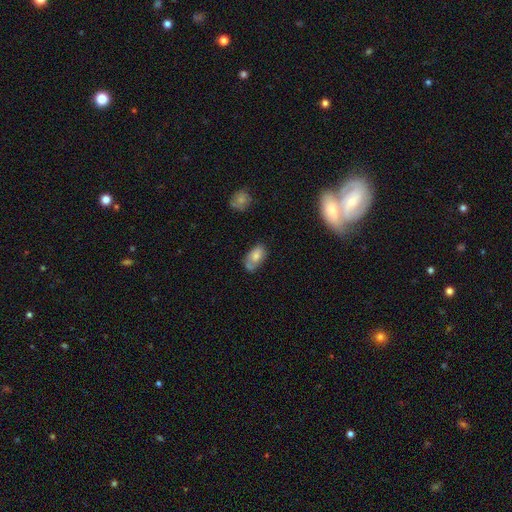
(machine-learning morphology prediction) type=smooth (72%); roundness=in between (90%); merging=none (46%).